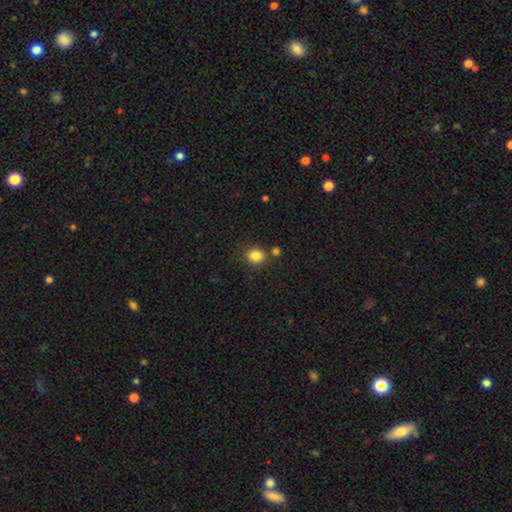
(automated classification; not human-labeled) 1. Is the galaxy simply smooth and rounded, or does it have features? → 84% smooth, 11% star or artifact, 5% featured or disk.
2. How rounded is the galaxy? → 79% round, 20% in between, 1% cigar-shaped.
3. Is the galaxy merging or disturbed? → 75% none, 12% merger, 10% minor disturbance, 3% major disturbance.